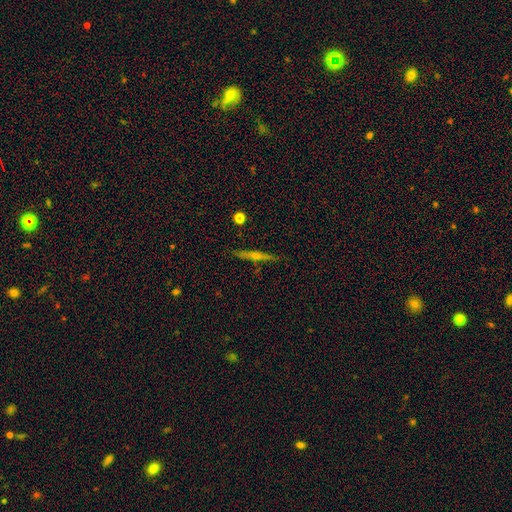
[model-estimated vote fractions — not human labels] Smooth or featured? Predicted: featured or disk (p=0.66). Edge-on disk? Predicted: yes (p=0.97). Edge-on bulge? Predicted: rounded (p=0.73). Merging? Predicted: none (p=0.90).